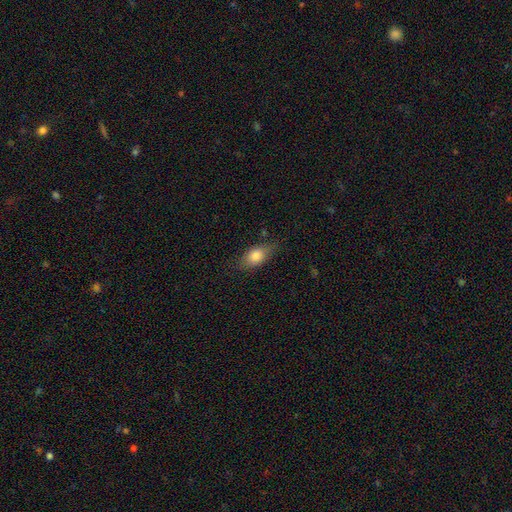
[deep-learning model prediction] Morphology: type=smooth (79%); roundness=in between (84%); merging=none (74%).